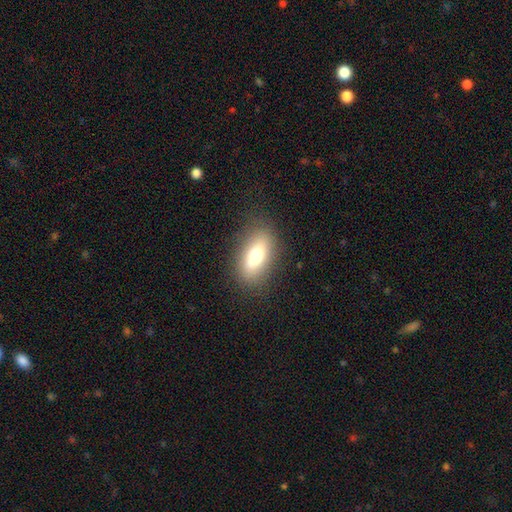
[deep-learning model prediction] This is likely a smooth galaxy (68%). How rounded: clearly in between (81%). Merging: clearly none (83%).